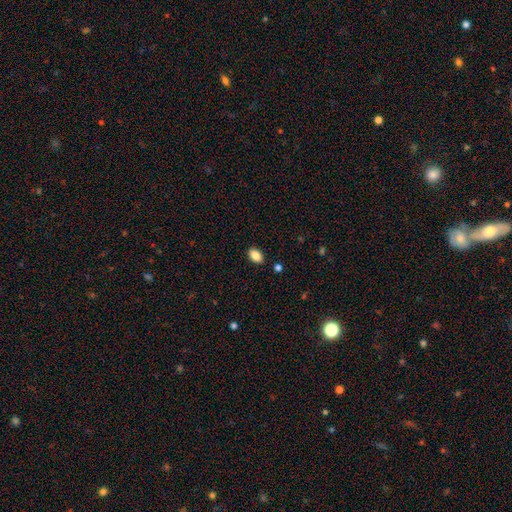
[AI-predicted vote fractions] This appears to be a smooth galaxy with no disk features (85%) that is in between round and cigar-shaped (90%). Merging: none (88%).